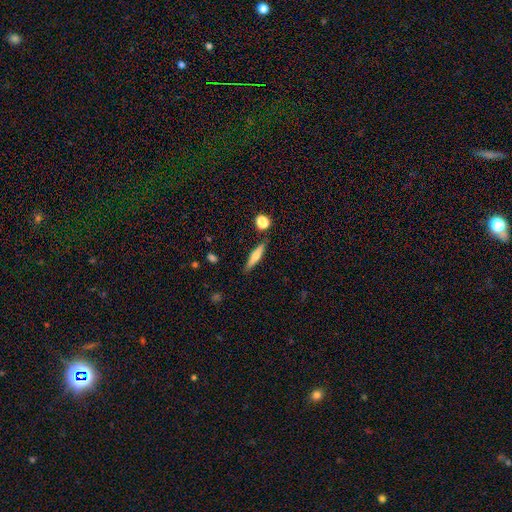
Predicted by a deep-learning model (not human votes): Smooth or featured? smooth (51%)
How rounded? cigar-shaped (80%)
Merging? none (85%)